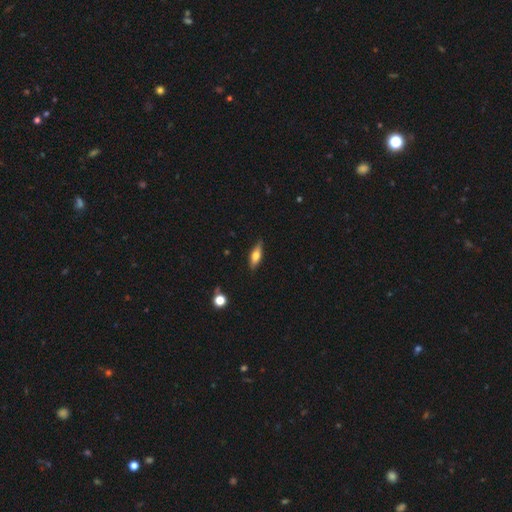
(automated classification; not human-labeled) Smooth or featured?
  - smooth: 59% *
  - featured or disk: 34%
  - star or artifact: 7%
How rounded?
  - in between: 58% *
  - cigar-shaped: 39%
  - round: 3%
Merging?
  - none: 85% *
  - minor disturbance: 12%
  - major disturbance: 2%
  - merger: 1%